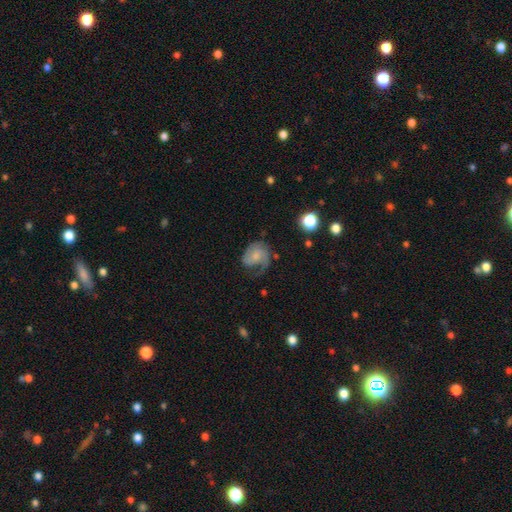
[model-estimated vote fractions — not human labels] The model was most divided on "spiral arm count": 1: 46%, 2: 38%, can't tell: 10%, 3: 3%, 4: 1%, more than 4: 1%. Remaining: edge-on disk — no (98%); spiral arms — yes (91%); smooth or featured — featured or disk (65%); bar — no (64%); merging — none (44%); bulge size — small (44%); spiral winding — medium (41%).